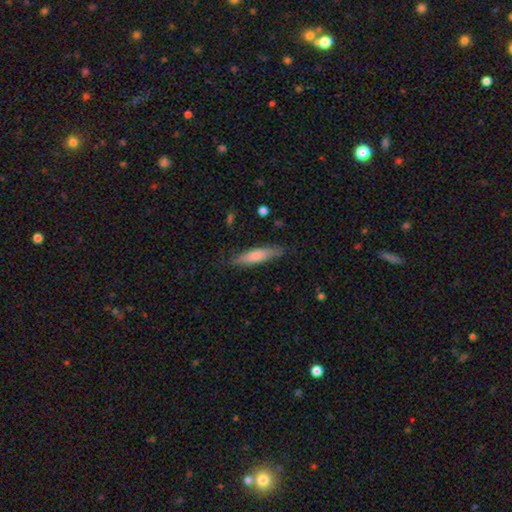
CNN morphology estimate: A smooth galaxy with no disk features (72%) that is cigar-shaped (75%).

Vote fractions:
- Smooth or featured? smooth: 72% / featured or disk: 22% / star or artifact: 6%
- How rounded? cigar-shaped: 75% / in between: 23% / round: 2%
- Merging? none: 78% / minor disturbance: 17% / major disturbance: 3% / merger: 1%